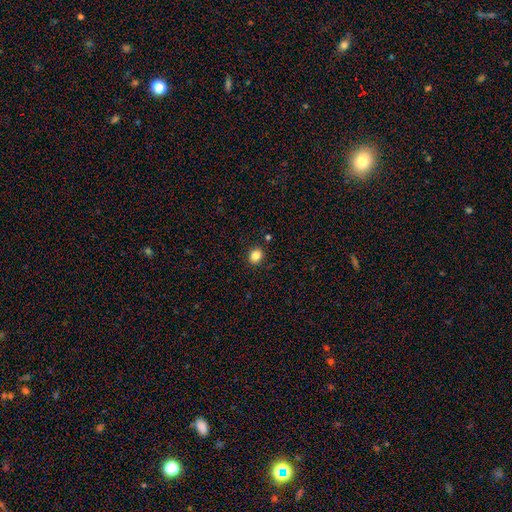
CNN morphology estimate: A smooth galaxy with no disk features (85%) that is round (63%). Merging: none (89%).